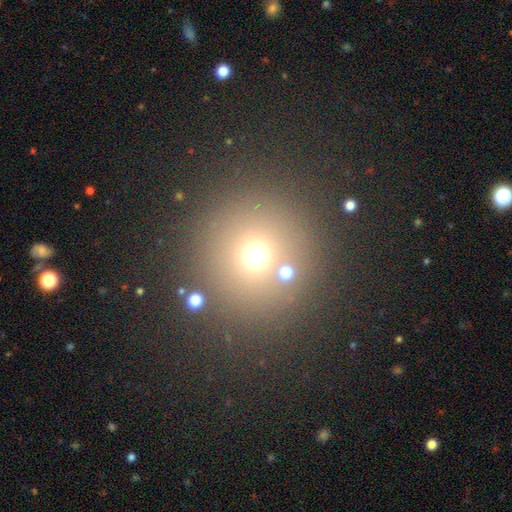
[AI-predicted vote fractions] Smooth or featured? Predicted: smooth (p=0.64). How rounded? Predicted: round (p=0.95). Merging? Predicted: none (p=0.81).